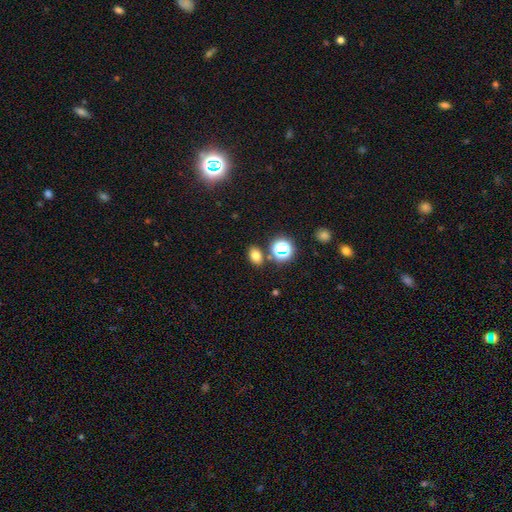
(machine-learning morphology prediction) smooth-or-featured: smooth: 74% | star or artifact: 19% | featured or disk: 8%
  how-rounded: in between: 72% | round: 27% | cigar-shaped: 1%
  merging: none: 80% | minor disturbance: 10% | merger: 8% | major disturbance: 3%